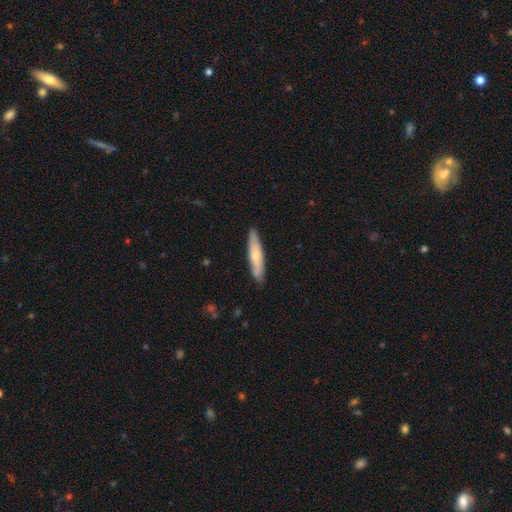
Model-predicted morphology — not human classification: A smooth galaxy with no disk features (63%) that is cigar-shaped (86%).

Vote fractions:
- Smooth or featured? smooth: 63% / featured or disk: 32% / star or artifact: 5%
- How rounded? cigar-shaped: 86% / in between: 13% / round: 1%
- Merging? none: 86% / minor disturbance: 11% / major disturbance: 2% / merger: 1%